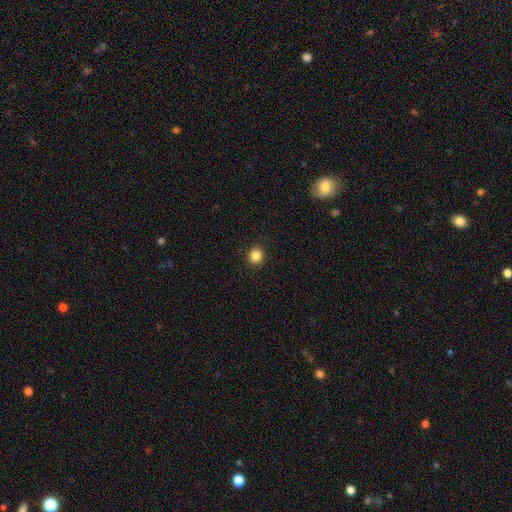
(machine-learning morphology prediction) A smooth galaxy with no disk features (85%) that is round (92%). Merging: none (92%).